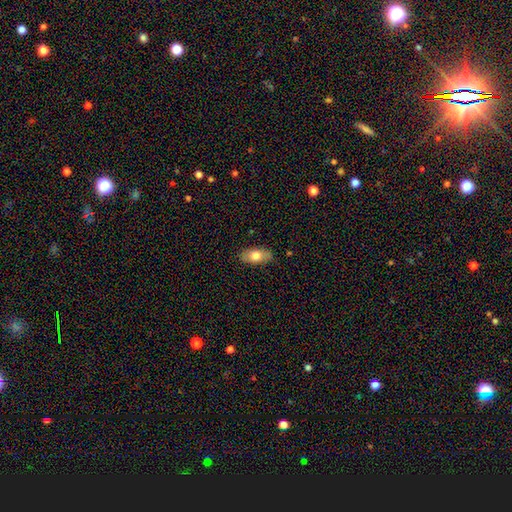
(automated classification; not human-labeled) Smooth or featured: smooth — 73% (featured or disk — 21%)
How rounded: in between — 86% (cigar-shaped — 10%)
Merging: none — 86% (minor disturbance — 11%)